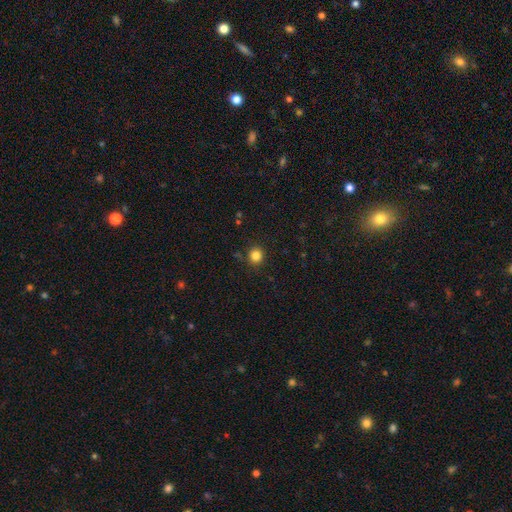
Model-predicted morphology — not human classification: This is clearly a smooth galaxy (83%). How rounded: clearly round (89%). Merging: clearly none (89%).